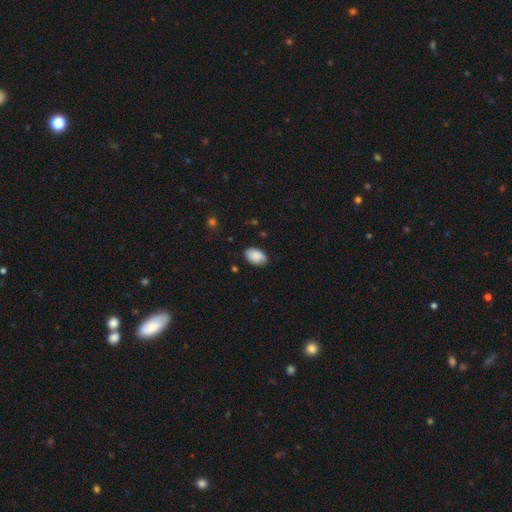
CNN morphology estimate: Overall: smooth (88%). How rounded: in between (88%). Merging: none (80%).